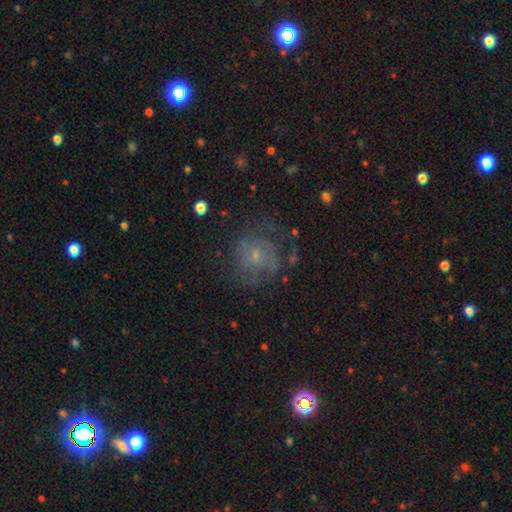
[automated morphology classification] Smooth or featured?
  - featured or disk: 60% *
  - smooth: 28%
  - star or artifact: 12%
Edge-on disk?
  - no: 98% *
  - yes: 2%
Bar?
  - no: 77% *
  - weak: 19%
  - strong: 3%
Spiral arms?
  - yes: 76% *
  - no: 24%
Bulge size?
  - small: 74% *
  - moderate: 18%
  - none: 5%
  - large: 2%
  - dominant: 1%
Merging?
  - none: 56% *
  - major disturbance: 21%
  - minor disturbance: 21%
  - merger: 2%